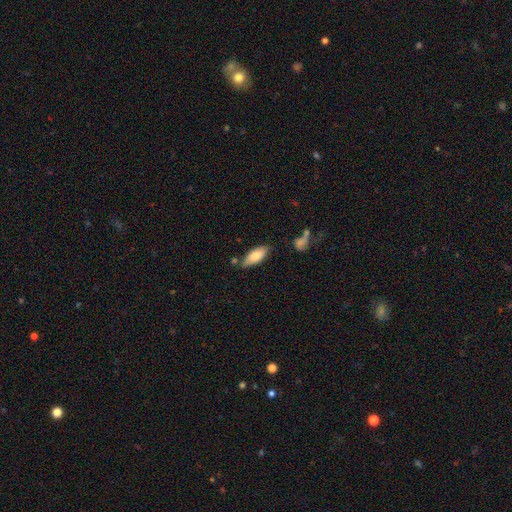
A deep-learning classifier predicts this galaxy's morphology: The model was most divided on "merging": none: 71%, minor disturbance: 18%, merger: 7%, major disturbance: 4%. More confident: how rounded — in between (80%); smooth or featured — smooth (78%).